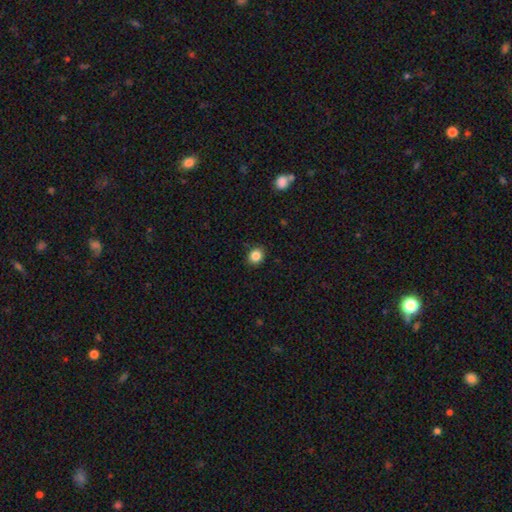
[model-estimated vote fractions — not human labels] smooth-or-featured: smooth: 85% | star or artifact: 10% | featured or disk: 5%
  how-rounded: round: 69% | in between: 31% | cigar-shaped: 1%
  merging: none: 90% | minor disturbance: 7% | major disturbance: 2% | merger: 1%